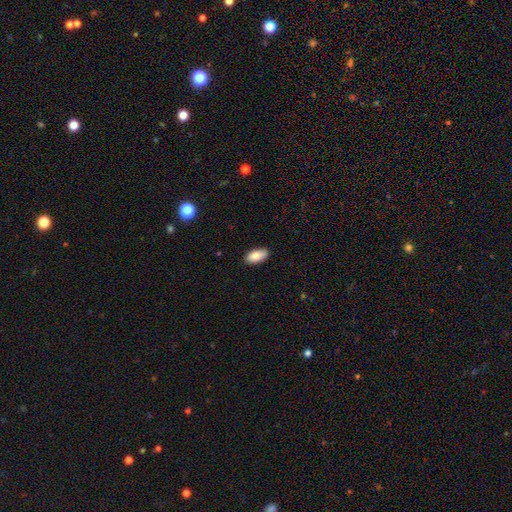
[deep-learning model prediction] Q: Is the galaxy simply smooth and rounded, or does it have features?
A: smooth — 84%.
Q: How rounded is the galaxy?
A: in between — 93%.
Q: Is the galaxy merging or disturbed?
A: none — 88%.